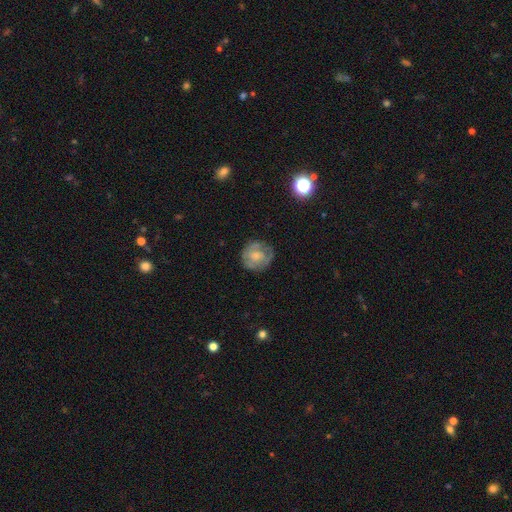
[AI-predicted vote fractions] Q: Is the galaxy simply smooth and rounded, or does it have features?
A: featured or disk — 47%.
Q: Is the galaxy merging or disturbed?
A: none — 74%.